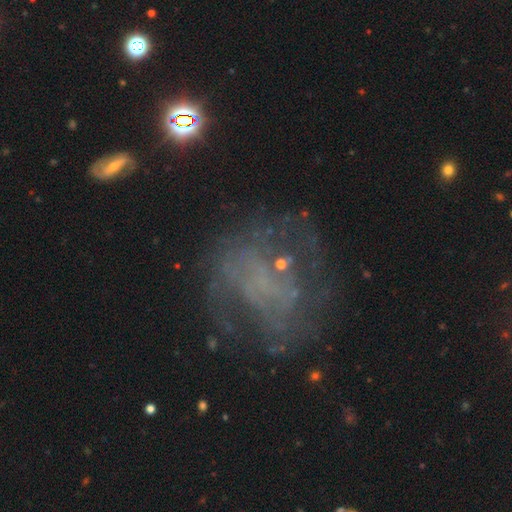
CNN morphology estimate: A featured or disk galaxy (58%) with no bar (76%), no spiral arms (57%) and no central bulge (66%). Merging: none (57%).